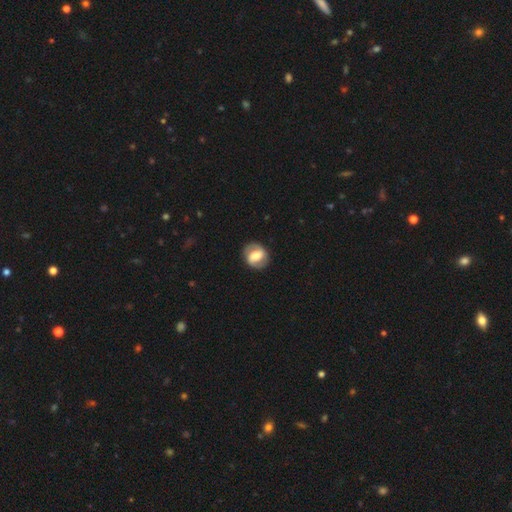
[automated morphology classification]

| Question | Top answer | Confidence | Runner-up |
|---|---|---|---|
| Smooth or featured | featured or disk | 64% | smooth (30%) |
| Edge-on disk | no | 96% | yes (4%) |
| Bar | weak | 41% | strong (38%) |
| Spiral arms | yes | 76% | no (24%) |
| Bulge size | moderate | 53% | large (29%) |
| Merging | none | 85% | minor disturbance (10%) |